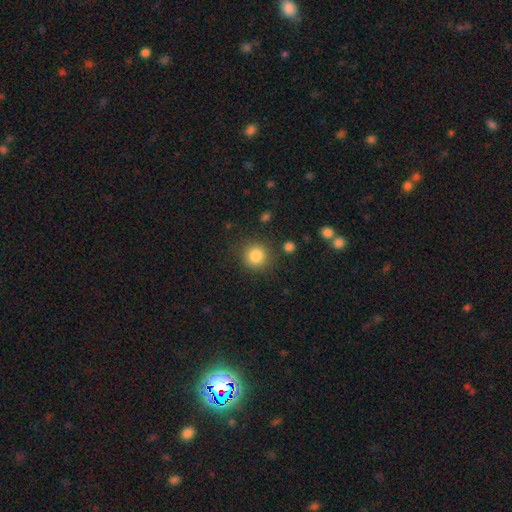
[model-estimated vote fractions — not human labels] smooth 84%, star or artifact 11%, featured or disk 5%. Down the decision tree: how rounded — round (91%); merging — none (85%).